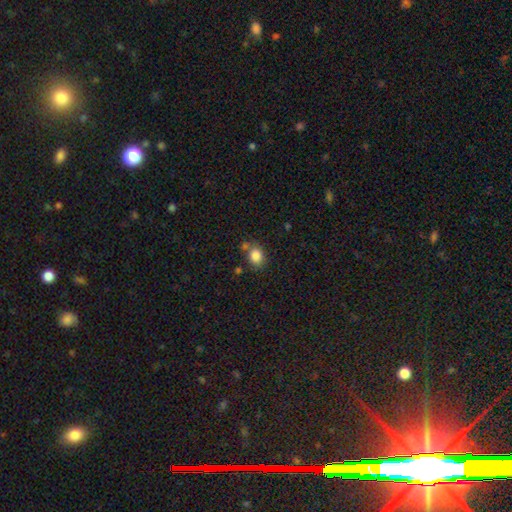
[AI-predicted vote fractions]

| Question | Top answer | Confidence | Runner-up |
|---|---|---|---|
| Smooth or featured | smooth | 84% | star or artifact (10%) |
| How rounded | round | 56% | in between (43%) |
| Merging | none | 67% | minor disturbance (16%) |